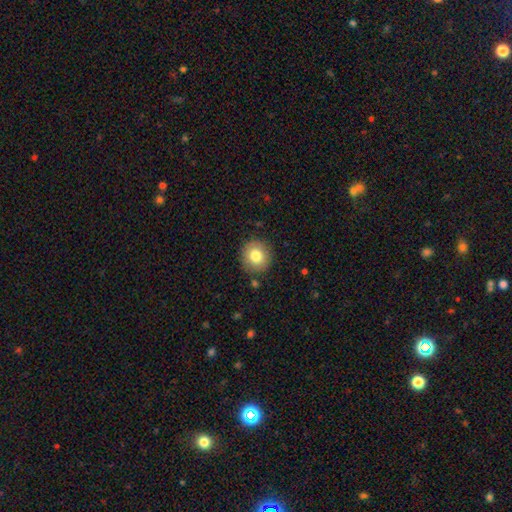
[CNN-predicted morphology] This appears to be a smooth galaxy with no disk features (80%) that is round (92%). Merging: none (88%).